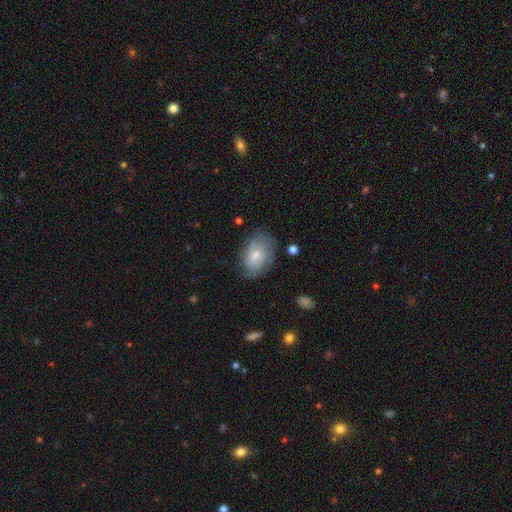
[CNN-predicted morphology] The model was most divided on "smooth or featured": smooth: 55%, featured or disk: 38%, star or artifact: 7%. More confident: how rounded — in between (81%); merging — none (66%).